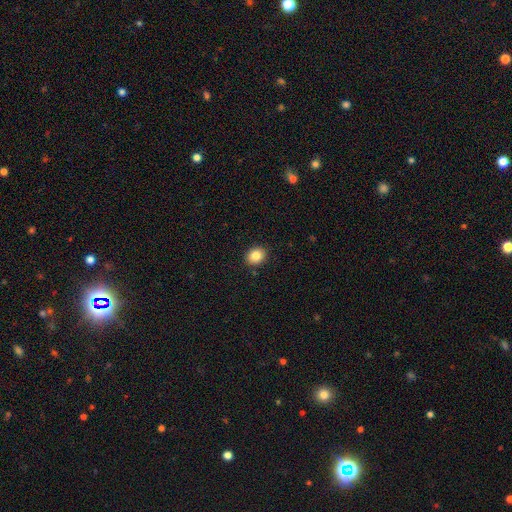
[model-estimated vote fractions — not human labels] Smooth or featured? Predicted: smooth (p=0.84). How rounded? Predicted: round (p=0.62). Merging? Predicted: none (p=0.91).